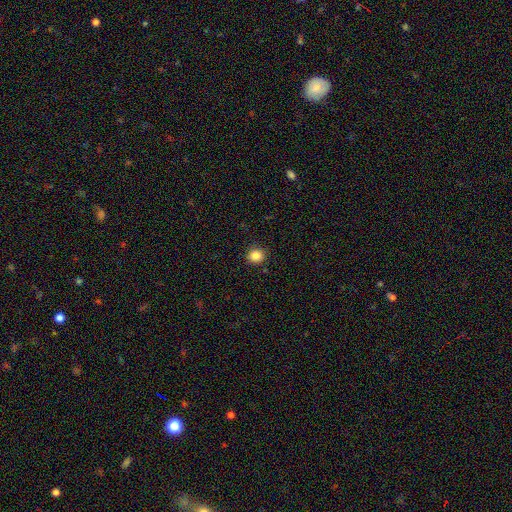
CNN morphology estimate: A smooth galaxy with no disk features (85%) that is round (82%). Merging: none (90%).